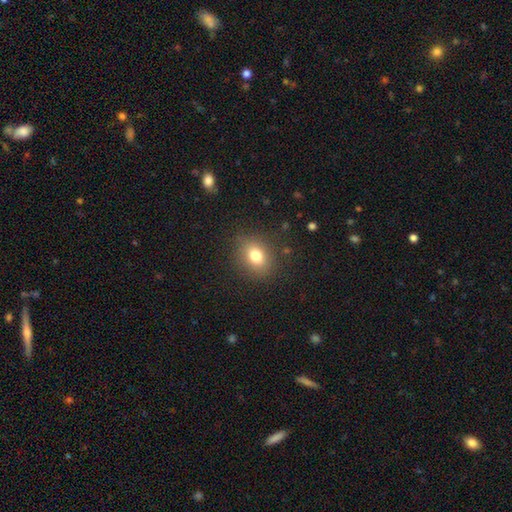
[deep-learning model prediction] A smooth galaxy with no disk features (78%) that is round (52%). Merging: none (85%).